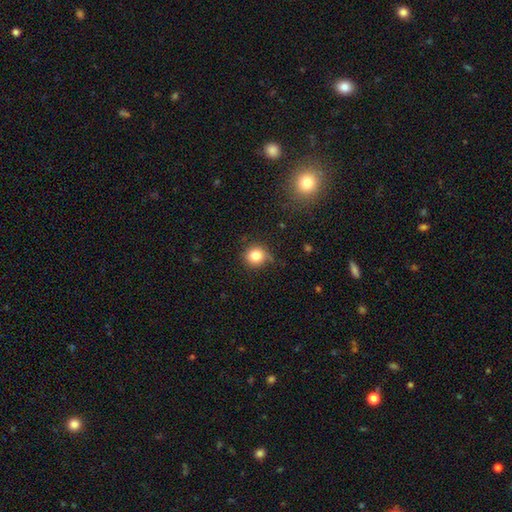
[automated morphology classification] Smooth or featured? smooth (82%)
How rounded? round (89%)
Merging? none (78%)